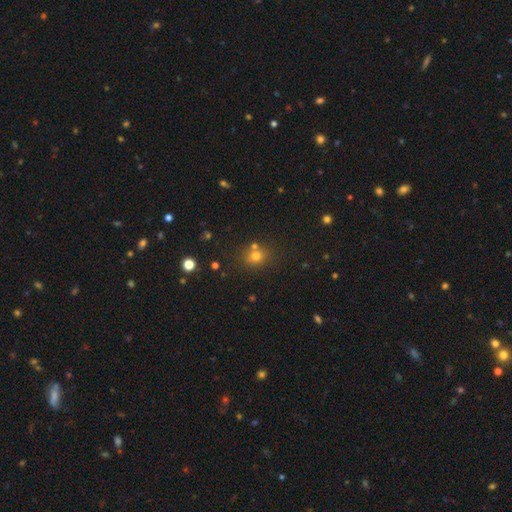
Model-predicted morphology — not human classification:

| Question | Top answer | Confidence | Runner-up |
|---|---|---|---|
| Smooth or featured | smooth | 72% | star or artifact (19%) |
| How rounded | round | 79% | in between (20%) |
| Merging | none | 69% | merger (18%) |